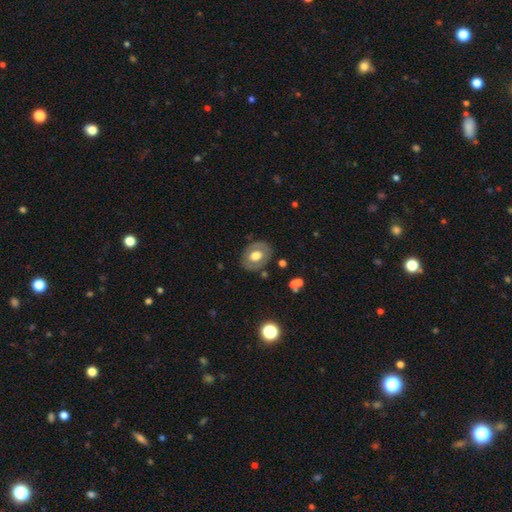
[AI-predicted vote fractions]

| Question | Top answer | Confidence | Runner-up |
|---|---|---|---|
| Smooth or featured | smooth | 52% | featured or disk (41%) |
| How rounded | in between | 62% | round (37%) |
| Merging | none | 80% | minor disturbance (13%) |